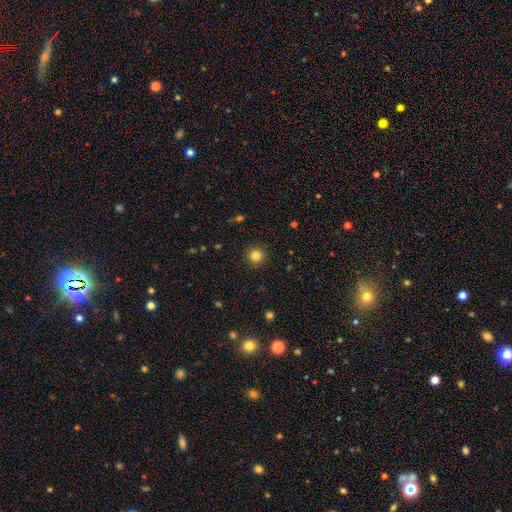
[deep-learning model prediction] Smooth or featured: smooth — 83% (star or artifact — 12%)
How rounded: round — 94% (in between — 5%)
Merging: none — 91% (minor disturbance — 6%)